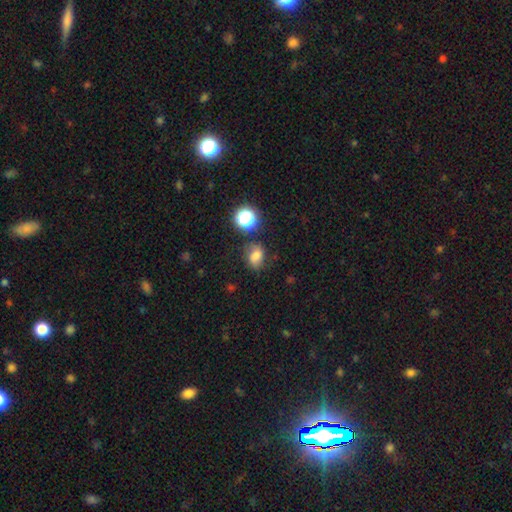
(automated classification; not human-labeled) The model was most divided on "how rounded": in between: 59%, round: 40%, cigar-shaped: 1%. More confident: smooth or featured — smooth (69%); merging — none (60%).